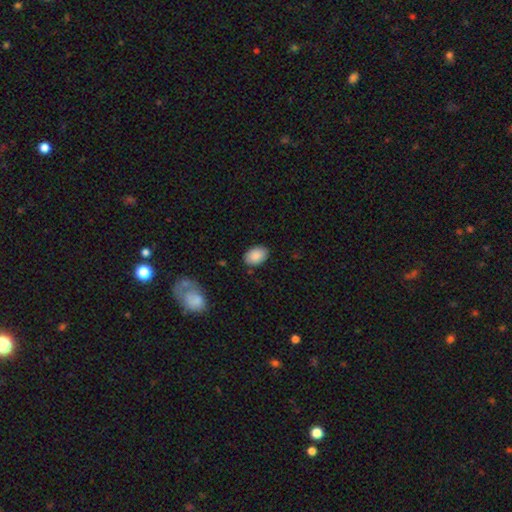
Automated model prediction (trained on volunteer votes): Morphology: type=smooth (89%); roundness=in between (85%); merging=none (85%).